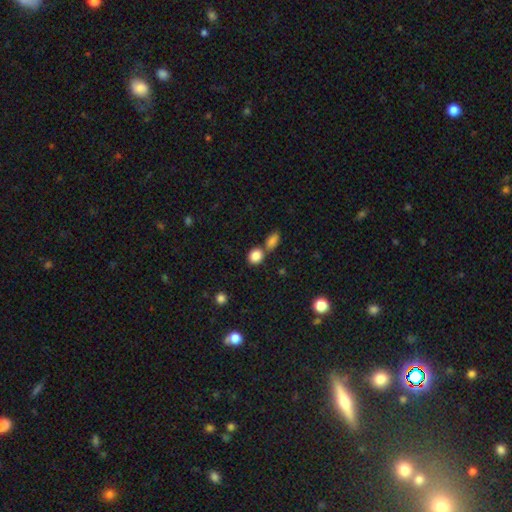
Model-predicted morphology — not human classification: Smooth or featured?
  - smooth: 85% *
  - star or artifact: 9%
  - featured or disk: 5%
How rounded?
  - round: 62% *
  - in between: 37%
  - cigar-shaped: 2%
Merging?
  - none: 58% *
  - merger: 29%
  - minor disturbance: 10%
  - major disturbance: 3%